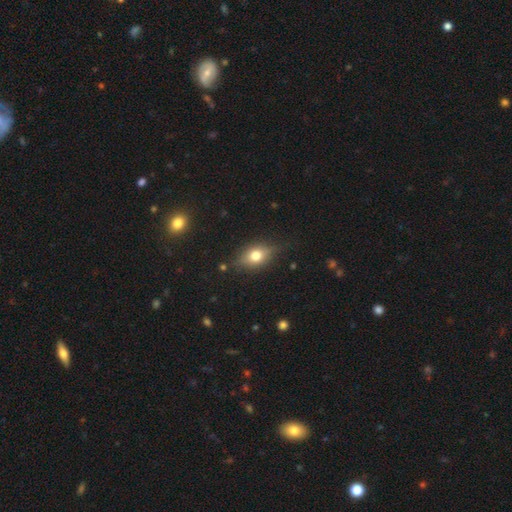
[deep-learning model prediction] smooth_or_featured: smooth (p=0.71) [alt: featured or disk p=0.19]
how_rounded: in between (p=0.74) [alt: round p=0.21]
merging: none (p=0.77) [alt: minor disturbance p=0.17]